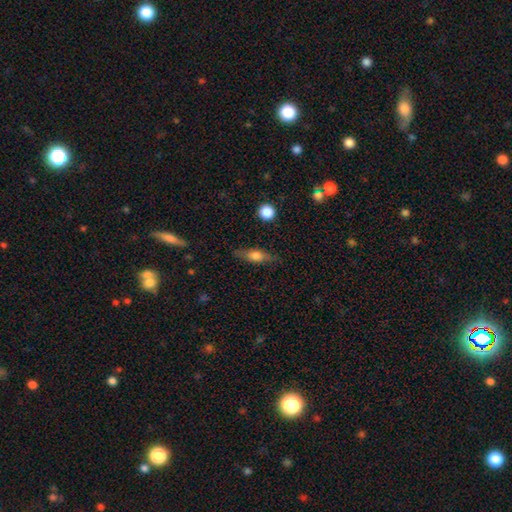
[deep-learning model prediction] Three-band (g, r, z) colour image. It shows a smooth galaxy with no disk features (56%) that is in between round and cigar-shaped (50%). Merging: none (79%).